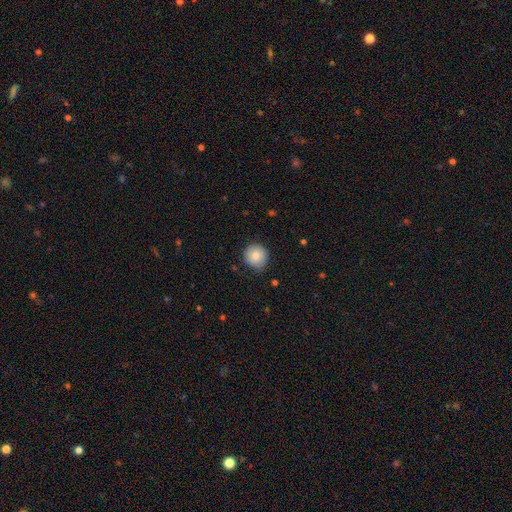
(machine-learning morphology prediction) This is clearly a smooth galaxy (83%). How rounded: clearly round (91%). Merging: likely none (78%).